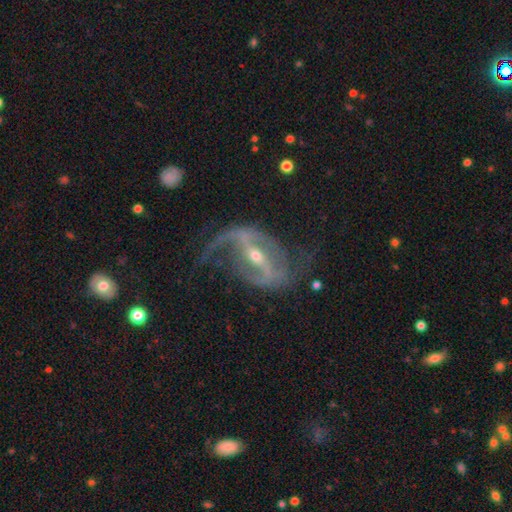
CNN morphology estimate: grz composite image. It shows a featured or disk galaxy (88%) with a strong bar (70%), 2 (82%) loose (52%) spiral arms (91%) and a small central bulge (52%). Merging: none (55%).